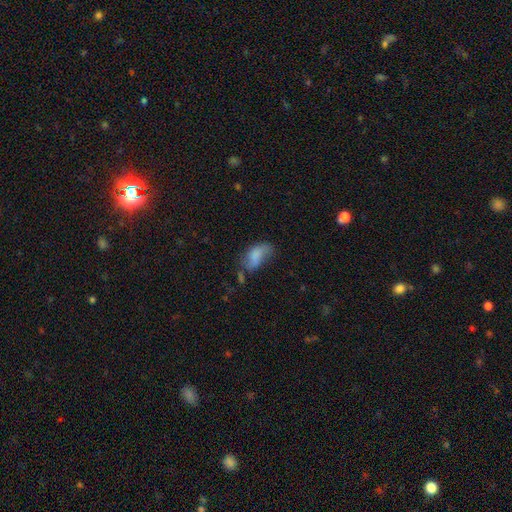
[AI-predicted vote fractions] The model was most divided on "merging": none: 38%, minor disturbance: 31%, major disturbance: 23%, merger: 8%. More confident: how rounded — in between (92%); smooth or featured — smooth (70%).